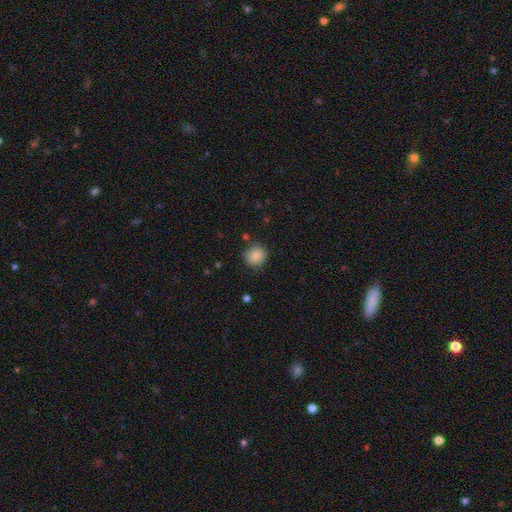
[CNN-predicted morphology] smooth-or-featured: smooth: 86% | star or artifact: 9% | featured or disk: 5%
  how-rounded: round: 90% | in between: 9% | cigar-shaped: 1%
  merging: none: 85% | minor disturbance: 10% | major disturbance: 3% | merger: 2%